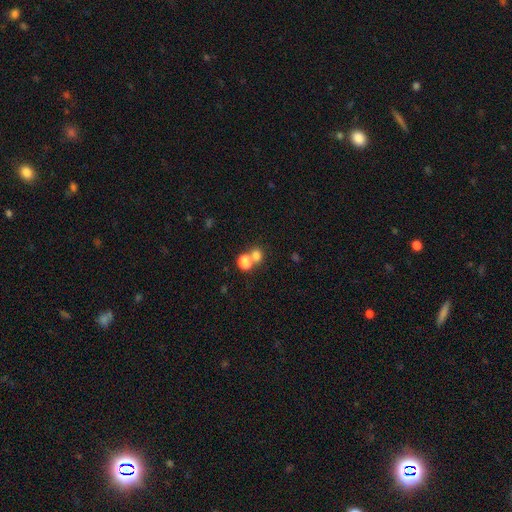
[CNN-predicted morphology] Smooth or featured?
  - smooth: 77% *
  - star or artifact: 14%
  - featured or disk: 9%
How rounded?
  - round: 62% *
  - in between: 37%
  - cigar-shaped: 1%
Merging?
  - merger: 50% *
  - none: 39%
  - minor disturbance: 7%
  - major disturbance: 4%